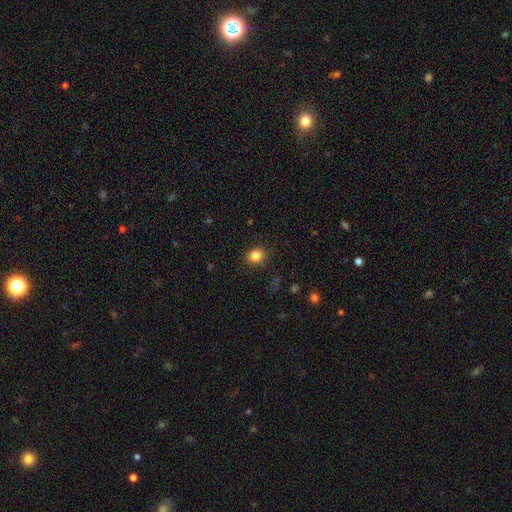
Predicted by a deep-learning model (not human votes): Morphology: type=smooth (84%); roundness=round (64%); merging=none (86%).